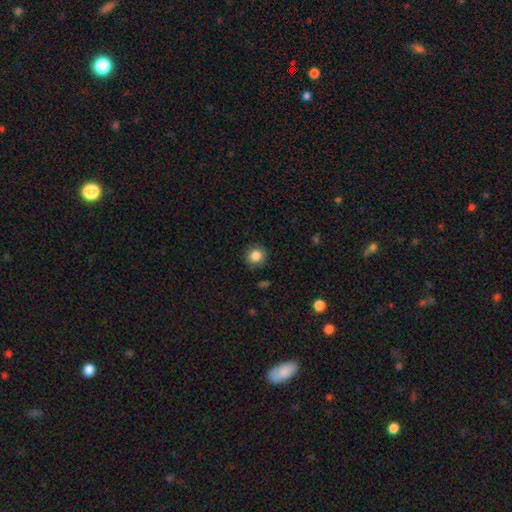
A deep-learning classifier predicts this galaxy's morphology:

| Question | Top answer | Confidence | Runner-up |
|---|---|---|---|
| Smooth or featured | smooth | 85% | star or artifact (10%) |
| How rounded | round | 88% | in between (11%) |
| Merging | none | 88% | minor disturbance (8%) |